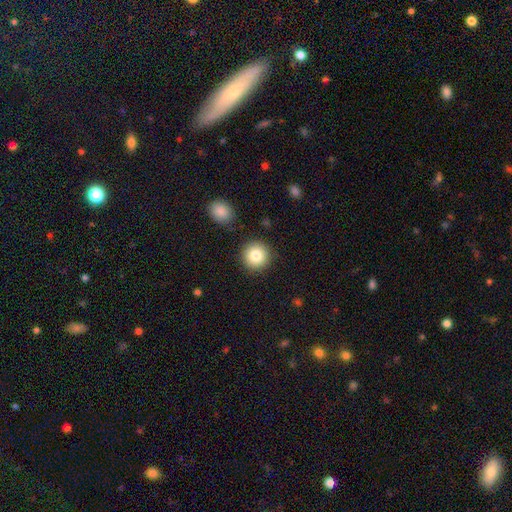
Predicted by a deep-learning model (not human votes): Smooth or featured?
  - smooth: 83% *
  - star or artifact: 9%
  - featured or disk: 8%
How rounded?
  - round: 94% *
  - in between: 5%
  - cigar-shaped: 1%
Merging?
  - none: 88% *
  - minor disturbance: 7%
  - merger: 3%
  - major disturbance: 2%